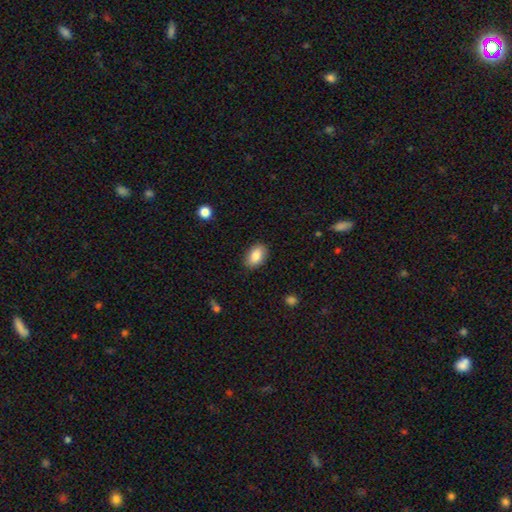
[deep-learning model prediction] Smooth or featured: smooth — 85% (featured or disk — 8%)
How rounded: in between — 87% (round — 11%)
Merging: none — 85% (minor disturbance — 11%)